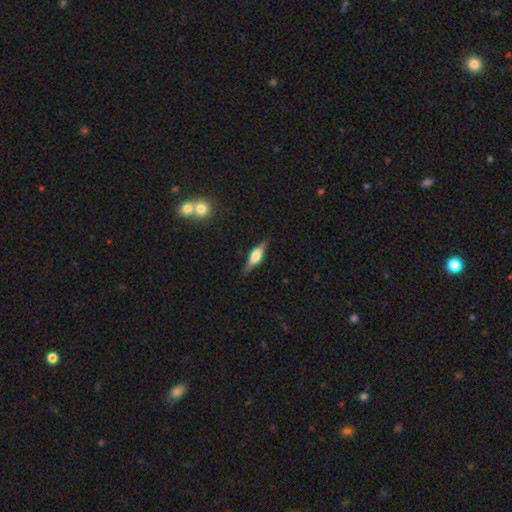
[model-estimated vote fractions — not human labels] Smooth or featured: featured or disk — 52% (smooth — 41%)
Edge-on disk: yes — 94% (no — 6%)
Merging: none — 83% (minor disturbance — 13%)